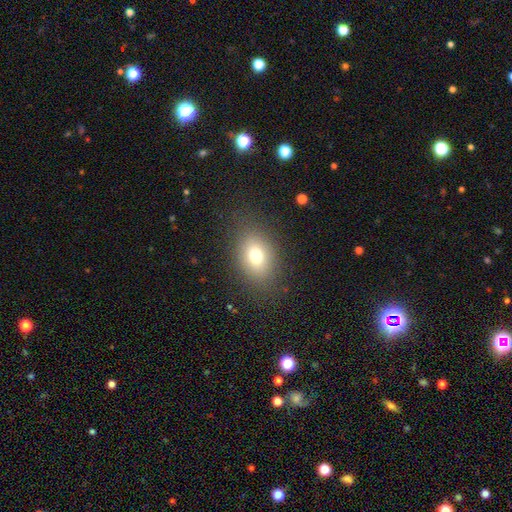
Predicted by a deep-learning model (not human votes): Morphology: type=smooth (74%); roundness=in between (73%); merging=none (83%).